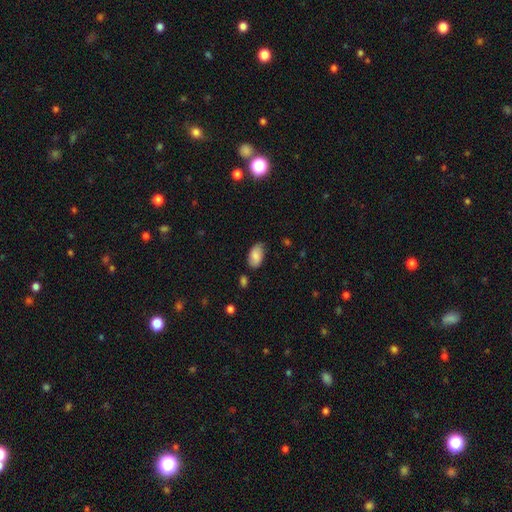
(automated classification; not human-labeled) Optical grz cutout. It shows a smooth galaxy with no disk features (81%) that is in between round and cigar-shaped (94%). Merging: none (73%).